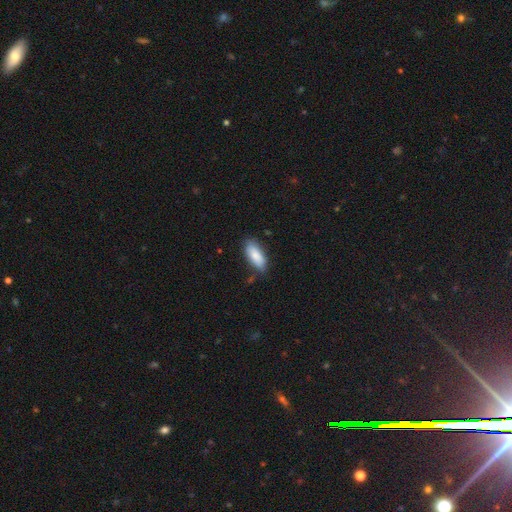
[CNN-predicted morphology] The model was most divided on "merging": none: 75%, minor disturbance: 19%, major disturbance: 3%, merger: 2%. More confident: smooth or featured — smooth (84%); how rounded — in between (81%).